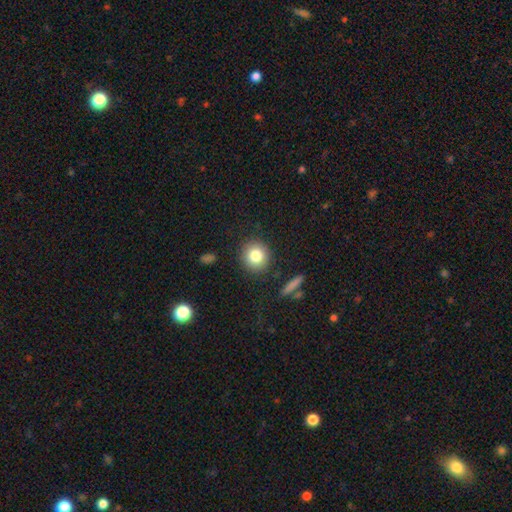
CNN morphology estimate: A smooth galaxy with no disk features (81%) that is round (90%). Merging: none (88%).